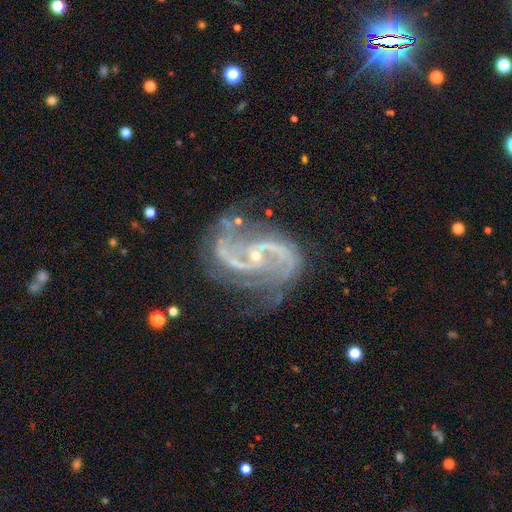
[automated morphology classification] This appears to be a featured or disk galaxy (92%) with a weak bar (39%), 2 (87%) medium (52%) spiral arms (98%) and a small central bulge (80%). Merging: none (66%).